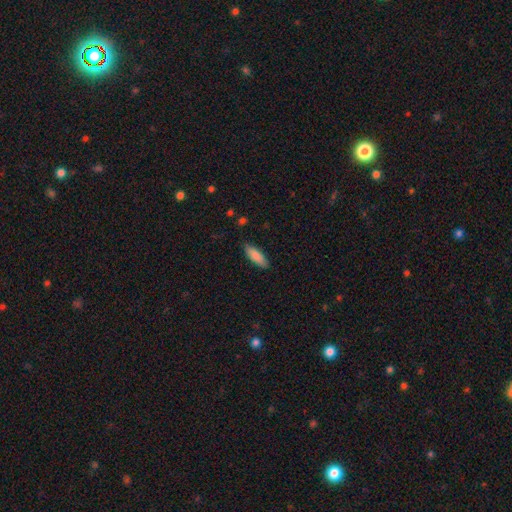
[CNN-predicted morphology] The model was most divided on "how rounded": in between: 59%, cigar-shaped: 40%, round: 1%. More confident: smooth or featured — smooth (87%); merging — none (86%).